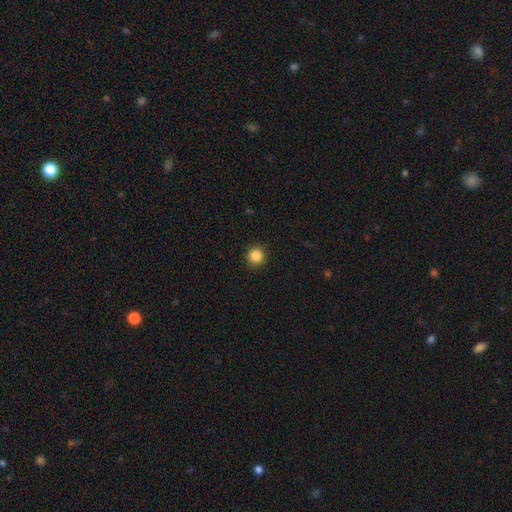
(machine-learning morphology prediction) smooth 86%, star or artifact 11%, featured or disk 3%. Down the decision tree: how rounded — round (95%); merging — none (93%).